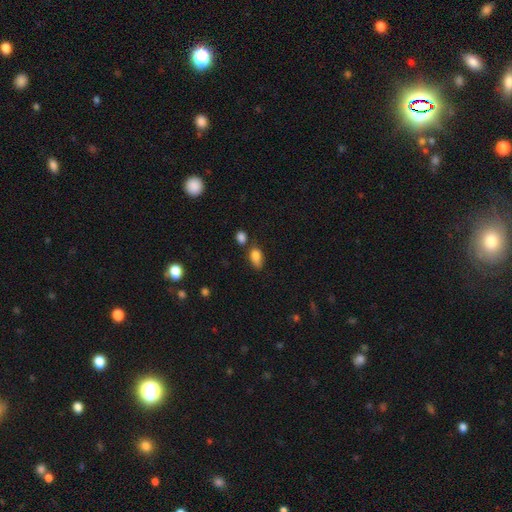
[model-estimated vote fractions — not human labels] A smooth galaxy with no disk features (82%) that is in between round and cigar-shaped (86%).

Vote fractions:
- Smooth or featured? smooth: 82% / star or artifact: 10% / featured or disk: 8%
- How rounded? in between: 86% / round: 10% / cigar-shaped: 4%
- Merging? none: 55% / minor disturbance: 25% / merger: 13% / major disturbance: 7%